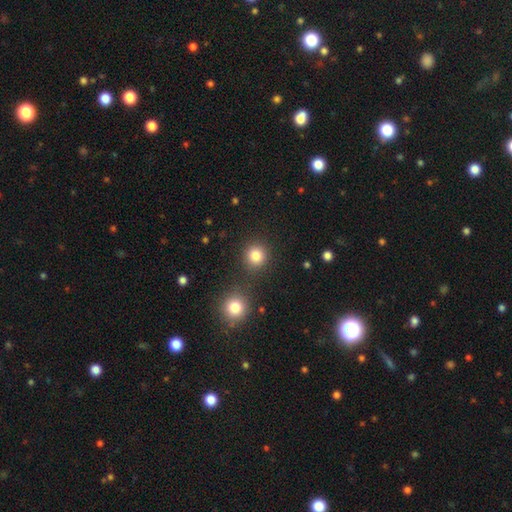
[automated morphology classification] The model was most divided on "smooth or featured": smooth: 83%, star or artifact: 12%, featured or disk: 5%. More confident: how rounded — round (91%); merging — none (84%).